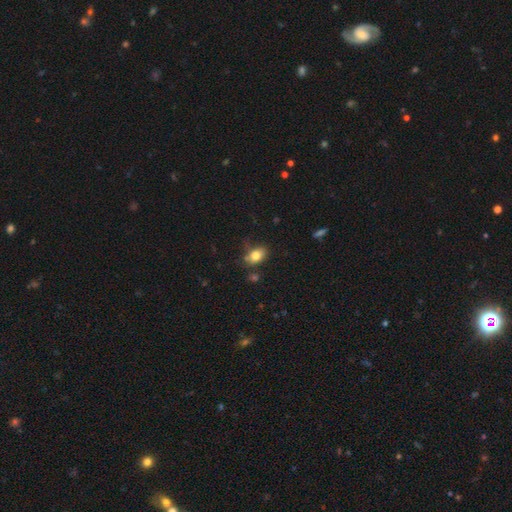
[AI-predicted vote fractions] This appears to be a smooth galaxy with no disk features (81%) that is in between round and cigar-shaped (81%). Merging: none (69%).